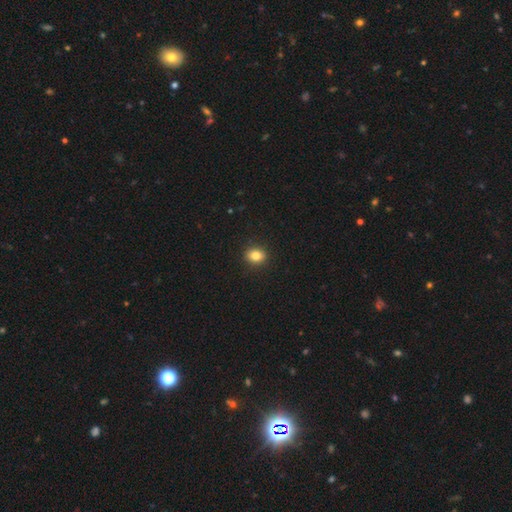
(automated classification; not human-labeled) Smooth or featured?
  - smooth: 83% *
  - star or artifact: 11%
  - featured or disk: 6%
How rounded?
  - round: 60% *
  - in between: 39%
  - cigar-shaped: 1%
Merging?
  - none: 91% *
  - minor disturbance: 6%
  - major disturbance: 2%
  - merger: 1%